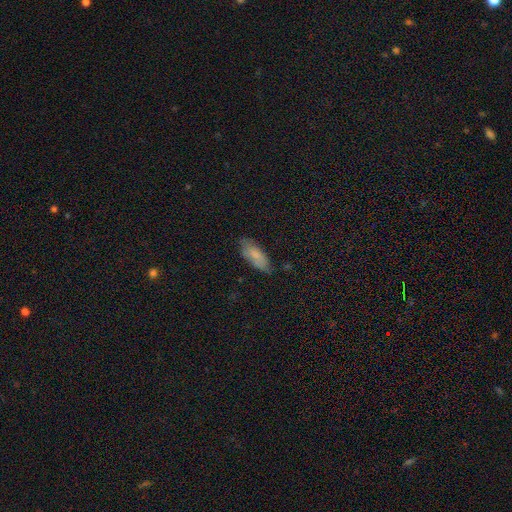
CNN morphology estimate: smooth_or_featured: smooth (p=0.76) [alt: featured or disk p=0.17]
how_rounded: in between (p=0.79) [alt: cigar-shaped p=0.19]
merging: none (p=0.69) [alt: minor disturbance p=0.24]